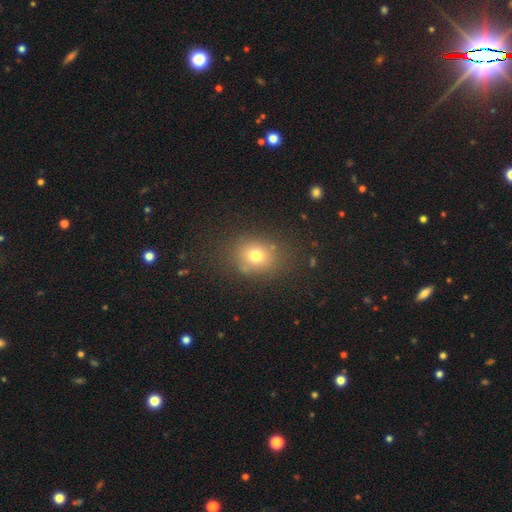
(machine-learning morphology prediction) smooth-or-featured: smooth: 73% | star or artifact: 15% | featured or disk: 12%
  how-rounded: round: 62% | in between: 37% | cigar-shaped: 1%
  merging: none: 77% | minor disturbance: 14% | major disturbance: 6% | merger: 3%